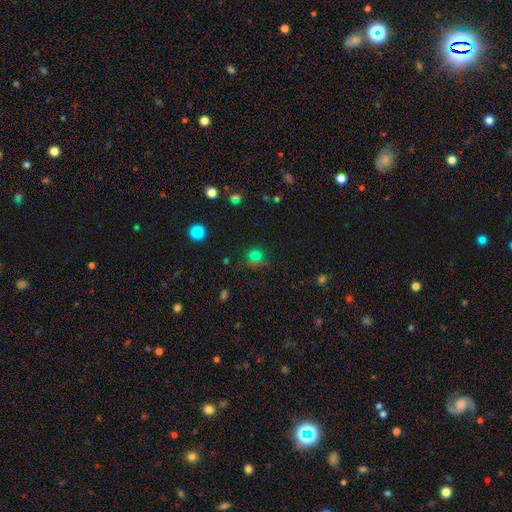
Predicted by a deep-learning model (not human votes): smooth_or_featured: smooth (p=0.66) [alt: star or artifact p=0.27]
how_rounded: round (p=0.84) [alt: in between p=0.15]
merging: none (p=0.70) [alt: minor disturbance p=0.15]